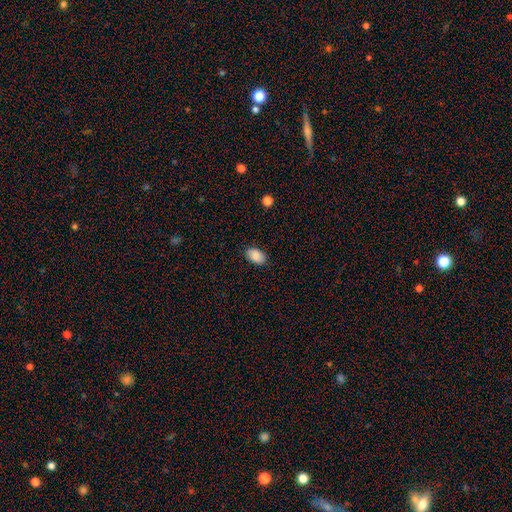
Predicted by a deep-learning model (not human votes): Smooth or featured: smooth — 88% (star or artifact — 7%)
How rounded: in between — 90% (round — 9%)
Merging: none — 87% (minor disturbance — 10%)